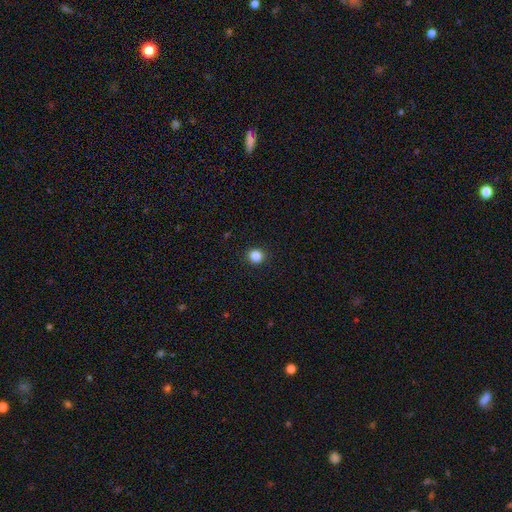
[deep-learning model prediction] Morphology: type=smooth (85%); roundness=round (91%); merging=none (92%).